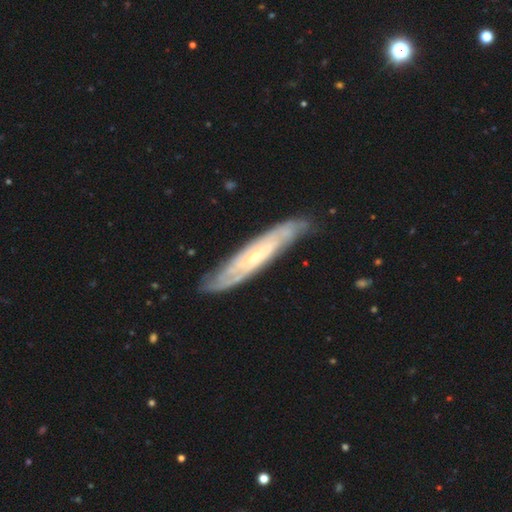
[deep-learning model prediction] The model was most divided on "edge-on disk": no: 64%, yes: 36%. More confident: merging — none (79%); smooth or featured — featured or disk (78%).